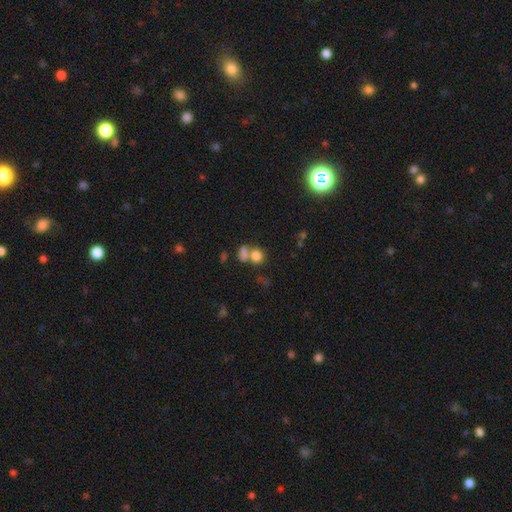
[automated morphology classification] This appears to be a smooth galaxy with no disk features (79%) that is round (75%). Merging: none (45%).